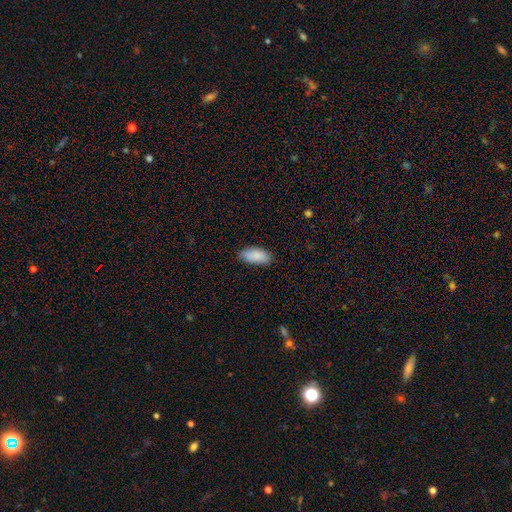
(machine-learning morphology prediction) smooth 87%, featured or disk 7%, star or artifact 6%. Down the decision tree: how rounded — in between (90%); merging — none (79%).